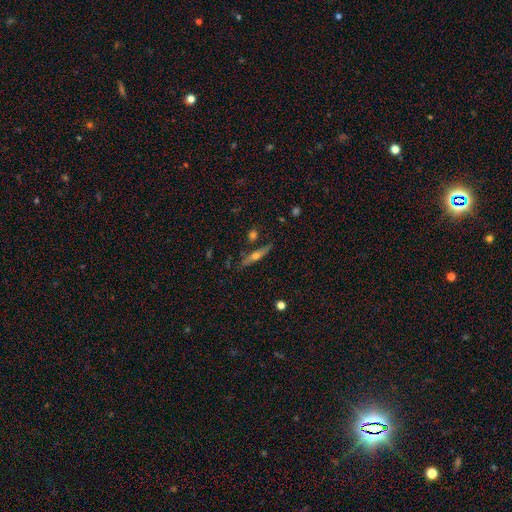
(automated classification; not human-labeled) This is possibly a featured or disk galaxy (59%). It is clearly viewed edge-on (93%). Edge-on bulge: clearly rounded (91%). Merging: clearly none (82%).